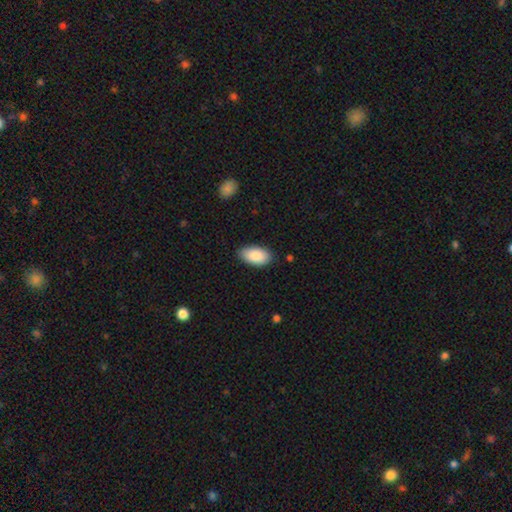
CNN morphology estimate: This is clearly a smooth galaxy (87%). How rounded: clearly in between (95%). Merging: clearly none (84%).